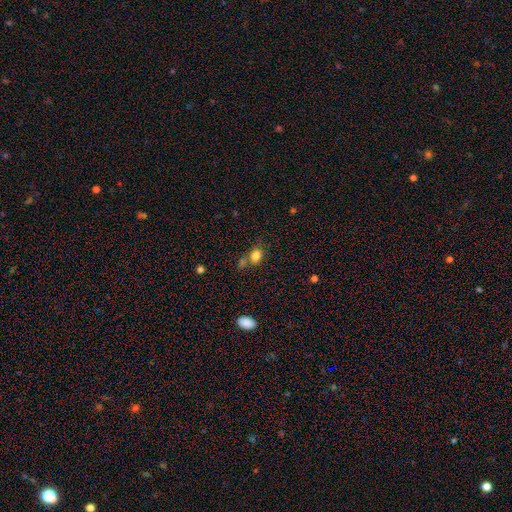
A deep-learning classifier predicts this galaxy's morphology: smooth_or_featured: smooth (p=0.81) [alt: star or artifact p=0.12]
how_rounded: in between (p=0.56) [alt: round p=0.42]
merging: none (p=0.50) [alt: merger p=0.26]